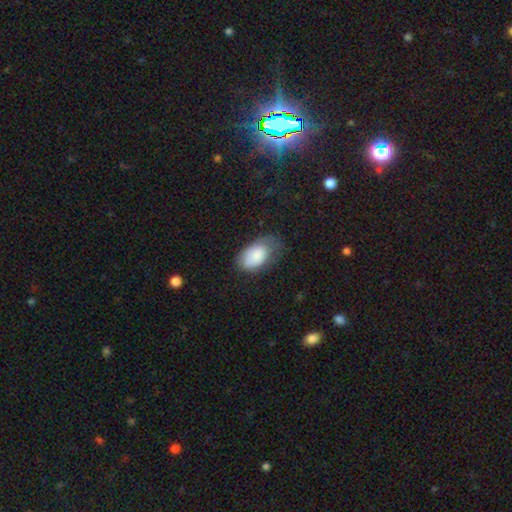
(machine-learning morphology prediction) Smooth or featured?
  - smooth: 79% *
  - featured or disk: 14%
  - star or artifact: 7%
How rounded?
  - in between: 92% *
  - round: 6%
  - cigar-shaped: 1%
Merging?
  - none: 46% *
  - minor disturbance: 36%
  - major disturbance: 16%
  - merger: 2%